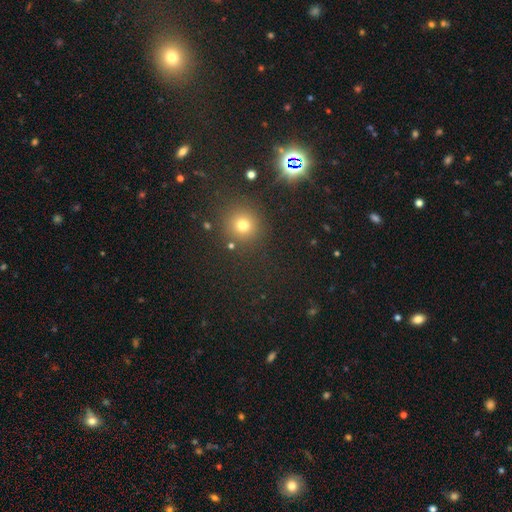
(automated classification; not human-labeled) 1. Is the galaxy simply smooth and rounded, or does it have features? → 48% star or artifact, 46% smooth, 6% featured or disk.